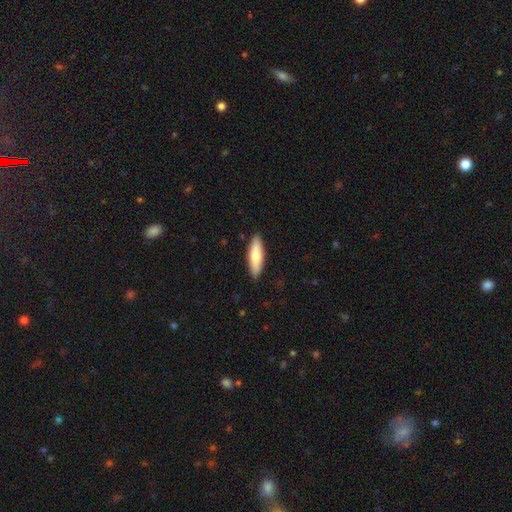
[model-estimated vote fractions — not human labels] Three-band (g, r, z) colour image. It shows a smooth galaxy with no disk features (72%) that is cigar-shaped (55%). Merging: none (89%).